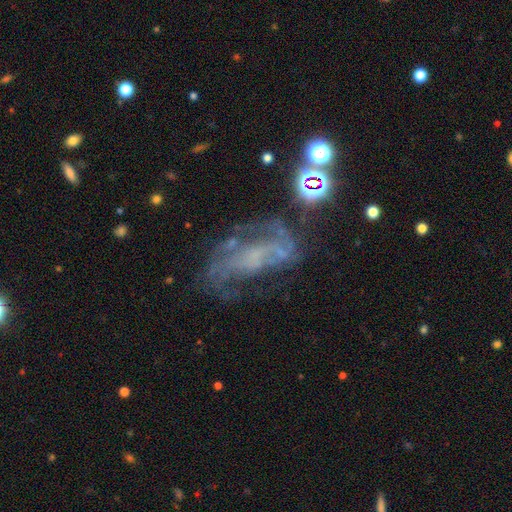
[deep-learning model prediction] smooth_or_featured: featured or disk (p=0.65) [alt: star or artifact p=0.19]
disk_edge_on: no (p=0.94) [alt: yes p=0.06]
bar: no (p=0.63) [alt: weak p=0.26]
has_spiral_arms: yes (p=0.66) [alt: no p=0.34]
bulge_size: none (p=0.58) [alt: small p=0.27]
merging: none (p=0.39) [alt: major disturbance p=0.33]